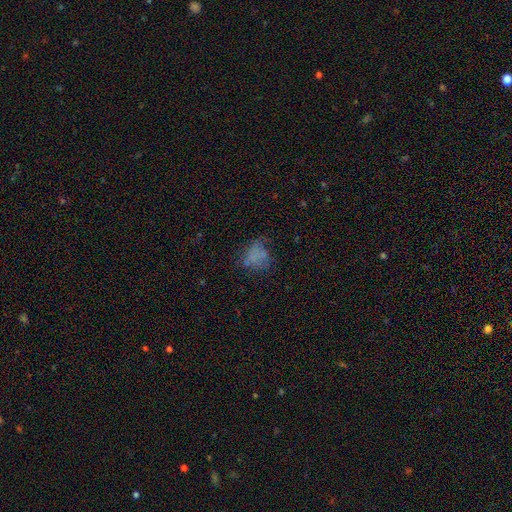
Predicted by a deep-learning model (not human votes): smooth_or_featured: smooth (p=0.57) [alt: featured or disk p=0.24]
how_rounded: in between (p=0.55) [alt: round p=0.44]
merging: none (p=0.44) [alt: major disturbance p=0.26]